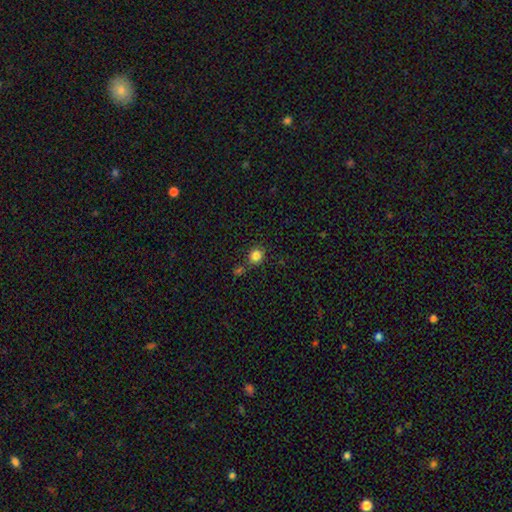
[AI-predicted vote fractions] Smooth or featured? Predicted: smooth (p=0.82). How rounded? Predicted: round (p=0.81). Merging? Predicted: none (p=0.73).